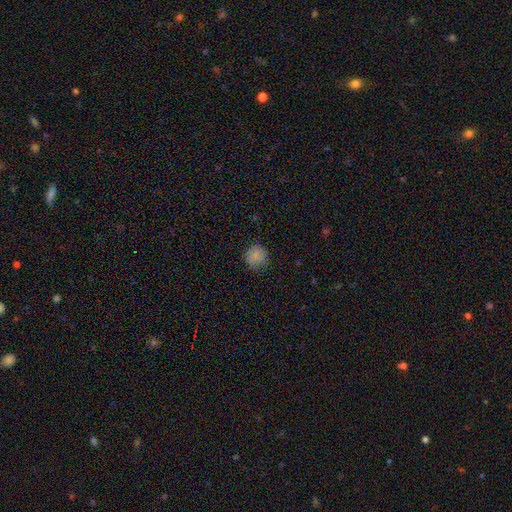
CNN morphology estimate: Smooth or featured: smooth — 82% (star or artifact — 9%)
How rounded: round — 91% (in between — 8%)
Merging: none — 78% (minor disturbance — 17%)